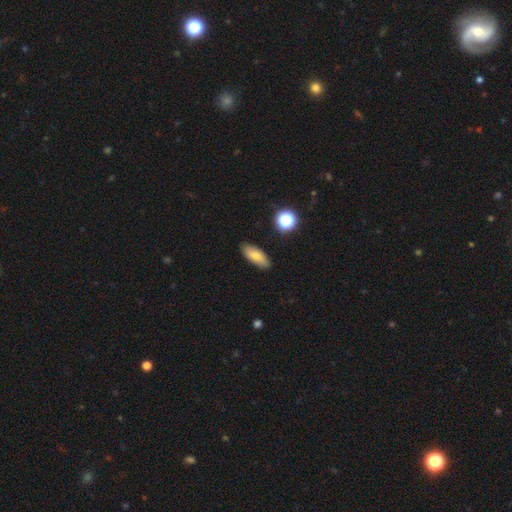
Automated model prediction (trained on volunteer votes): This is likely a smooth galaxy (74%). How rounded: likely in between (76%). Merging: clearly none (87%).